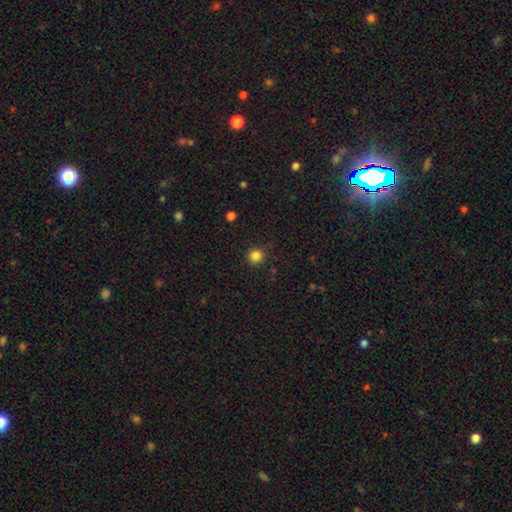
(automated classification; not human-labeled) A smooth galaxy with no disk features (84%) that is round (94%).

Vote fractions:
- Smooth or featured? smooth: 84% / star or artifact: 12% / featured or disk: 4%
- How rounded? round: 94% / in between: 5% / cigar-shaped: 1%
- Merging? none: 89% / minor disturbance: 7% / major disturbance: 2% / merger: 1%